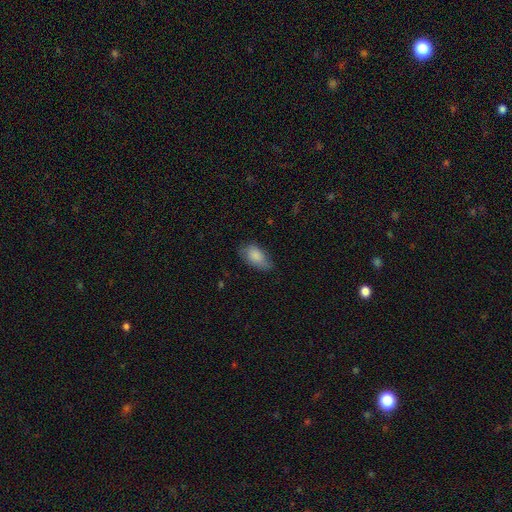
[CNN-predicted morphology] Smooth or featured? Predicted: smooth (p=0.84). How rounded? Predicted: in between (p=0.93). Merging? Predicted: none (p=0.65).